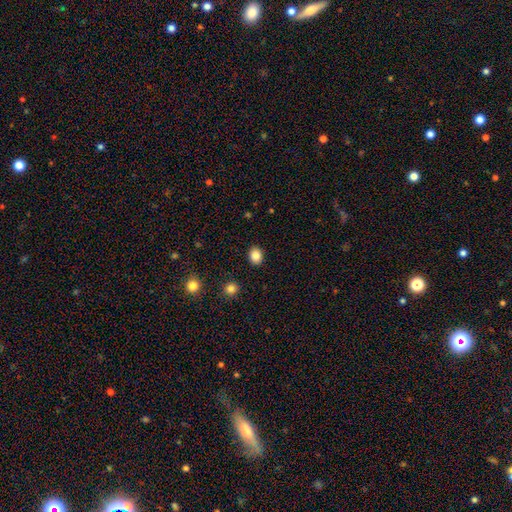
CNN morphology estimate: A smooth galaxy with no disk features (84%) that is round (55%). Merging: none (90%).